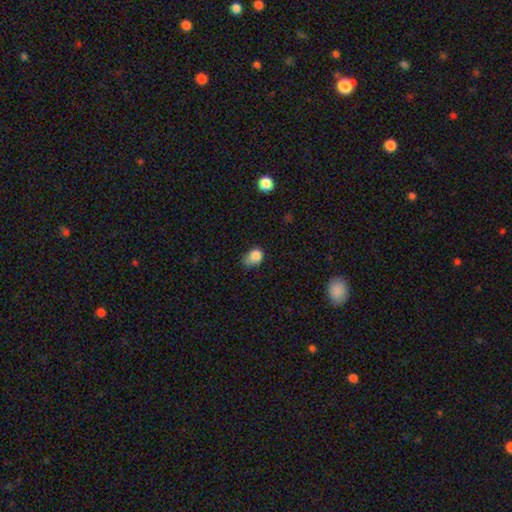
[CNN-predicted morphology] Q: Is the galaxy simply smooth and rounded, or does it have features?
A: smooth — 81%.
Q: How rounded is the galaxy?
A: in between — 59%.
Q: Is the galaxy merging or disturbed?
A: minor disturbance — 44%.